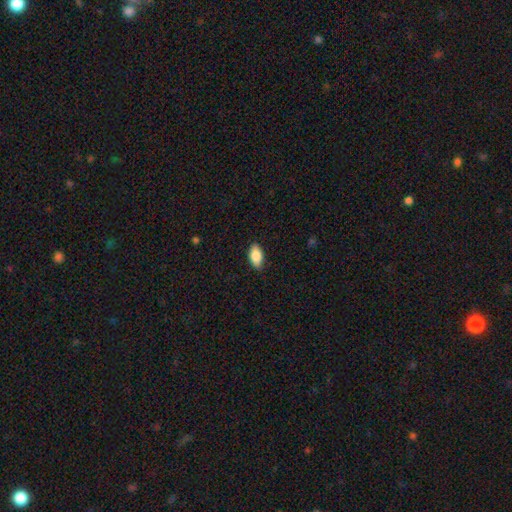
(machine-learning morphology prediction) A smooth galaxy with no disk features (86%) that is in between round and cigar-shaped (92%). Merging: none (87%).